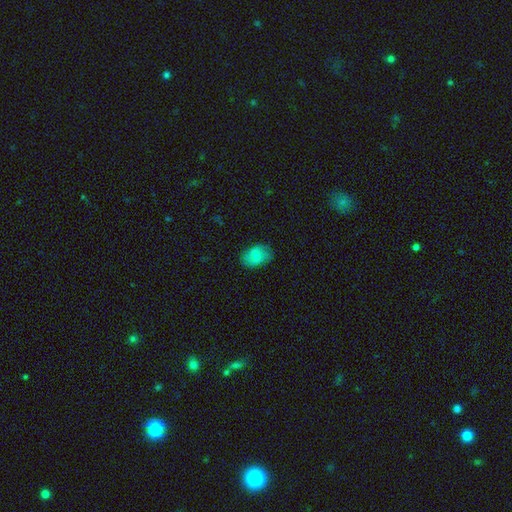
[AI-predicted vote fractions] Smooth or featured? Predicted: smooth (p=0.76). How rounded? Predicted: in between (p=0.85). Merging? Predicted: none (p=0.79).